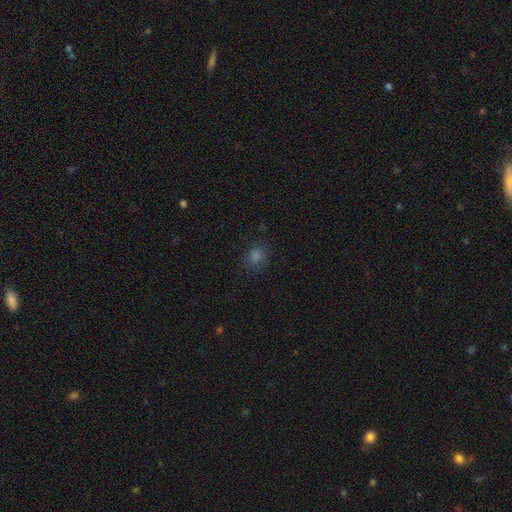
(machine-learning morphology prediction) type=smooth (74%); roundness=round (79%); merging=none (86%).